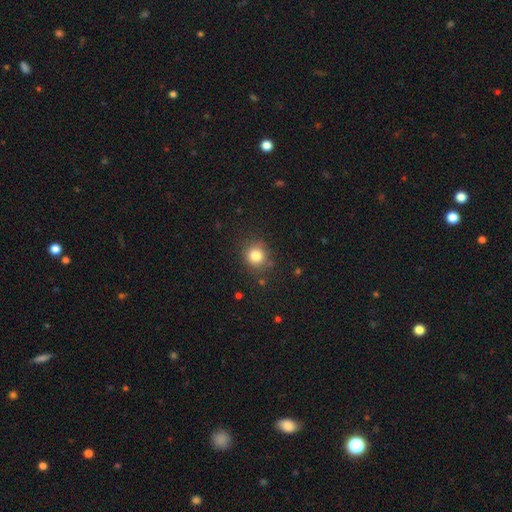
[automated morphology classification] Smooth or featured: smooth — 82% (star or artifact — 12%)
How rounded: round — 87% (in between — 12%)
Merging: none — 84% (minor disturbance — 10%)